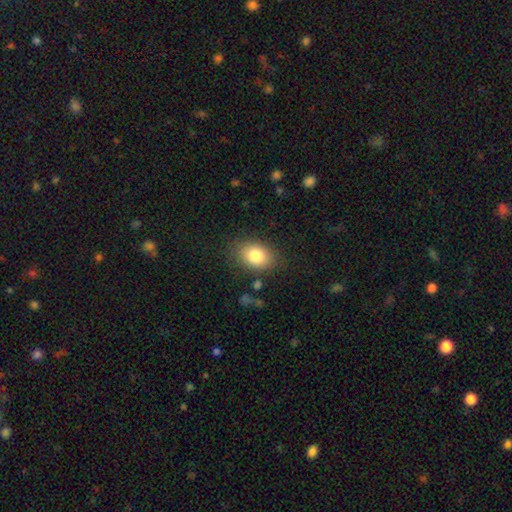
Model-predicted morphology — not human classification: This is clearly a smooth galaxy (82%). How rounded: likely in between (76%). Merging: clearly none (81%).